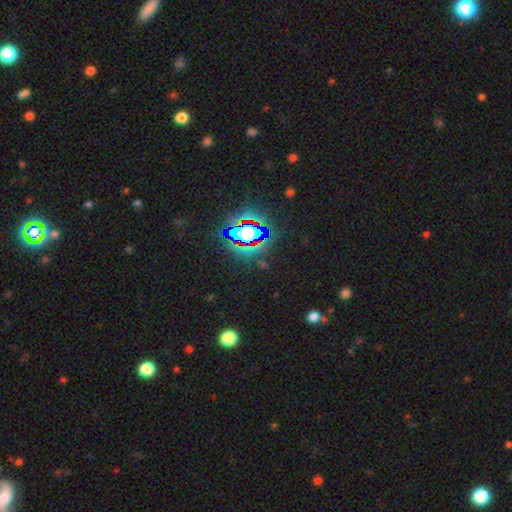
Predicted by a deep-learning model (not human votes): Morphology: type=star or artifact (83%).